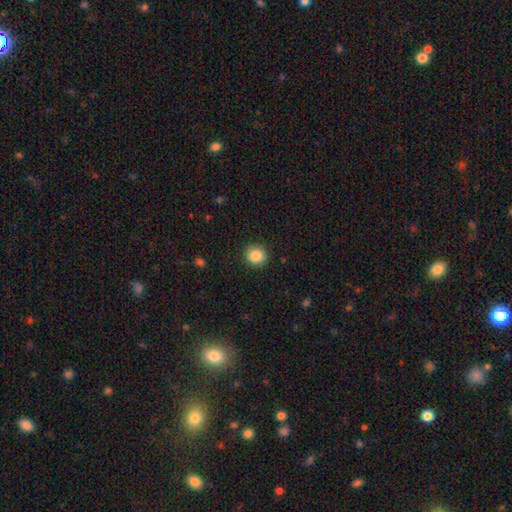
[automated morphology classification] This appears to be a smooth galaxy with no disk features (86%) that is round (87%). Merging: none (90%).